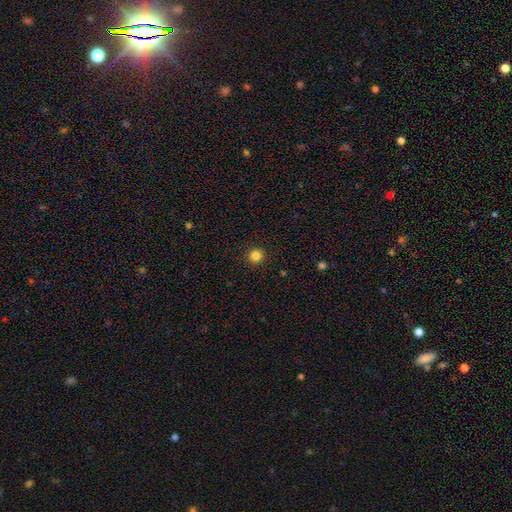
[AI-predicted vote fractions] The model was most divided on "smooth or featured": smooth: 84%, star or artifact: 12%, featured or disk: 4%. More confident: how rounded — round (96%); merging — none (93%).